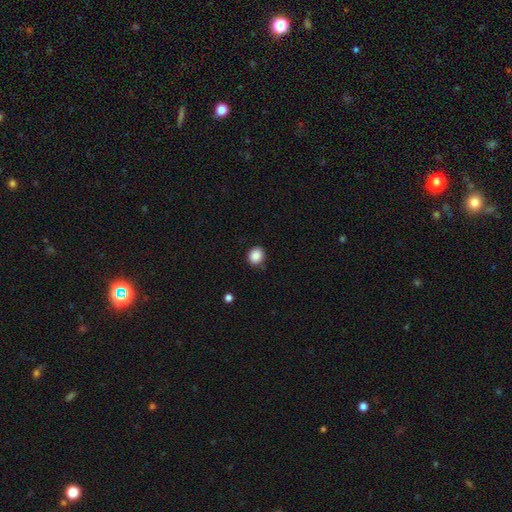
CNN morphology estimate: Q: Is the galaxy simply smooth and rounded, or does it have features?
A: smooth — 86%.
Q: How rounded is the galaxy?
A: round — 75%.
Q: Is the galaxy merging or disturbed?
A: none — 83%.